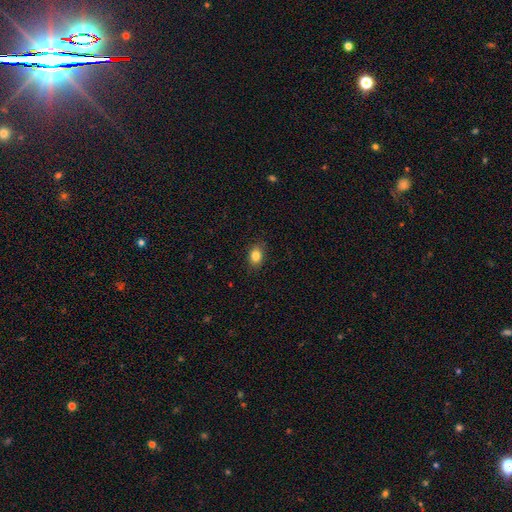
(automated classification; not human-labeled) Smooth or featured? smooth (85%)
How rounded? in between (70%)
Merging? none (87%)